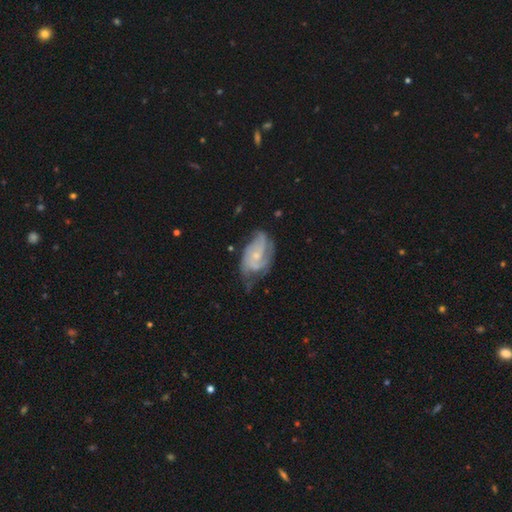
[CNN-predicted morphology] Overall: featured or disk (79%). Edge-on disk: no (97%). Bar: no (69%). Spiral arms: yes (92%). Spiral arm count: 3 (30%; 2 28%). Spiral winding: tight (42%, tied with medium). Bulge size: small (65%; moderate 26%). Merging: none (50%; minor disturbance 29%).